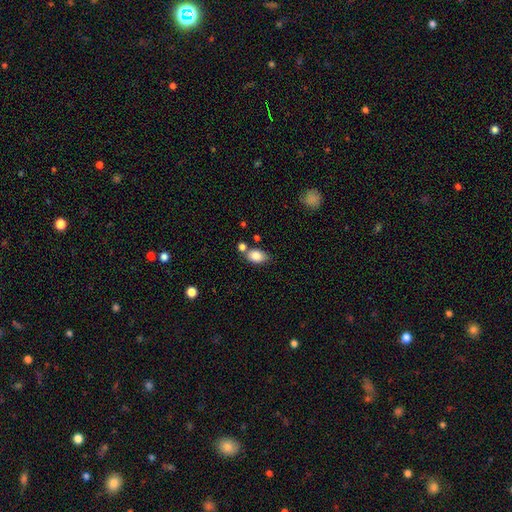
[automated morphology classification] A smooth galaxy with no disk features (85%) that is in between round and cigar-shaped (84%).

Vote fractions:
- Smooth or featured? smooth: 85% / star or artifact: 8% / featured or disk: 7%
- How rounded? in between: 84% / round: 14% / cigar-shaped: 2%
- Merging? none: 62% / merger: 18% / minor disturbance: 16% / major disturbance: 4%